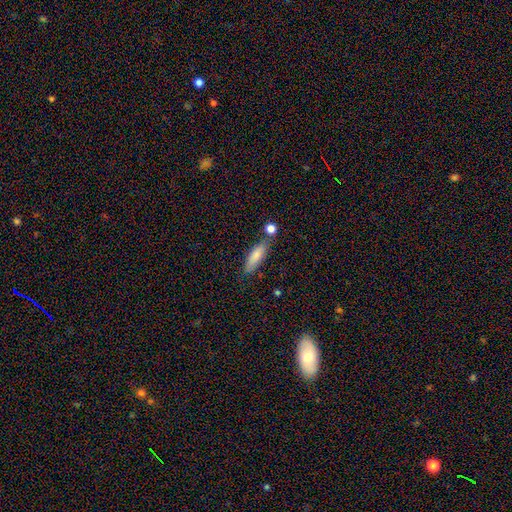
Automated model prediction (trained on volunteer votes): smooth-or-featured: smooth: 79% | featured or disk: 15% | star or artifact: 7%
  how-rounded: cigar-shaped: 55% | in between: 43% | round: 2%
  merging: none: 66% | minor disturbance: 17% | merger: 13% | major disturbance: 4%